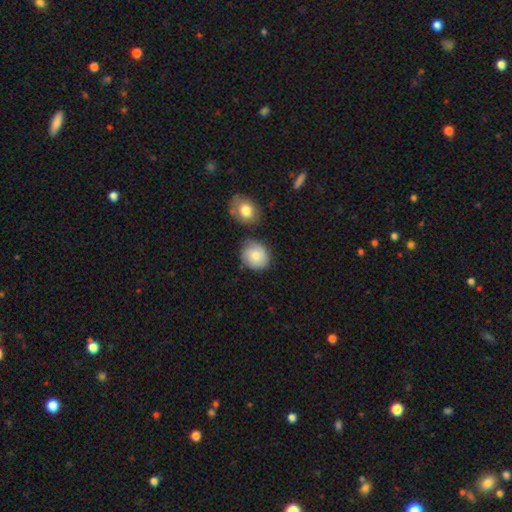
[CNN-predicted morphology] A smooth galaxy with no disk features (76%) that is round (78%). Merging: none (71%).